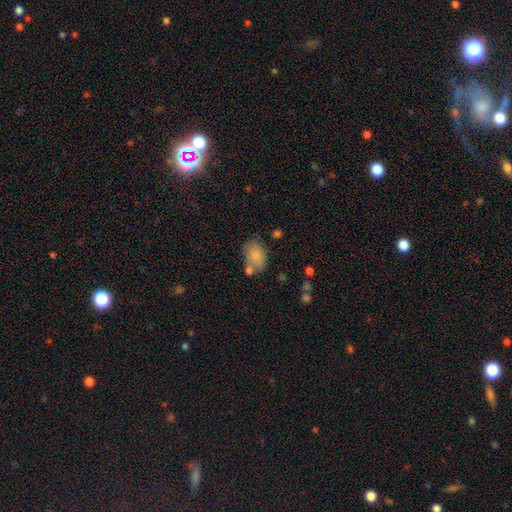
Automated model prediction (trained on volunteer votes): smooth 80%, featured or disk 12%, star or artifact 8%. Down the decision tree: how rounded — in between (85%); merging — none (61%).